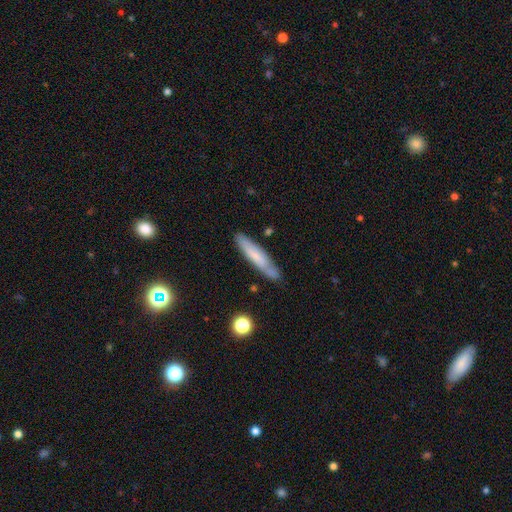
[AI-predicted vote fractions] Smooth or featured? Predicted: smooth (p=0.58). How rounded? Predicted: cigar-shaped (p=0.87). Merging? Predicted: none (p=0.81).